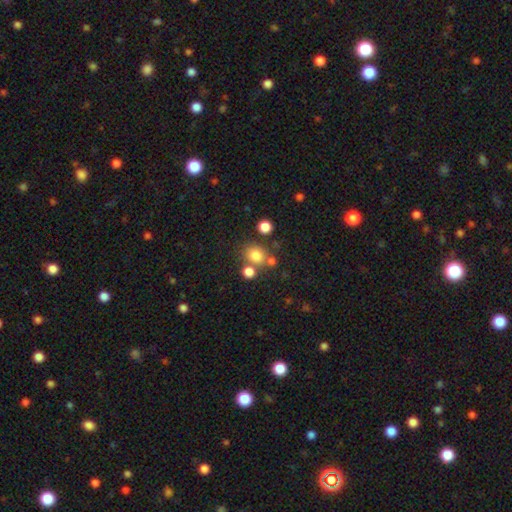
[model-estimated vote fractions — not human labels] Q: Smooth or featured?
A: smooth (78%); runner-up: star or artifact (14%)
Q: How rounded?
A: round (71%); runner-up: in between (28%)
Q: Merging?
A: none (65%); runner-up: merger (20%)